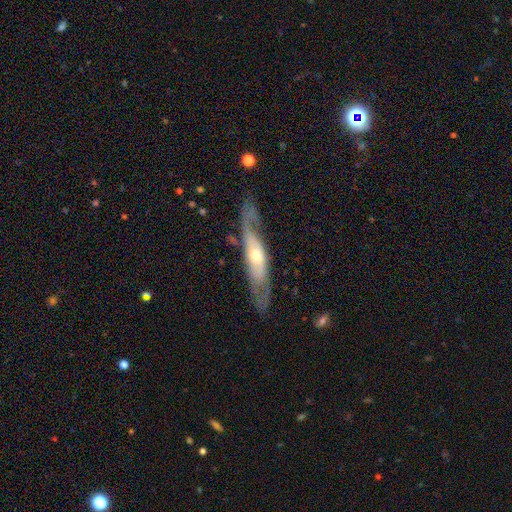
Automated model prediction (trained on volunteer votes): Smooth or featured: featured or disk — 74% (smooth — 21%)
Edge-on disk: no — 60% (yes — 40%)
Merging: none — 71% (minor disturbance — 17%)